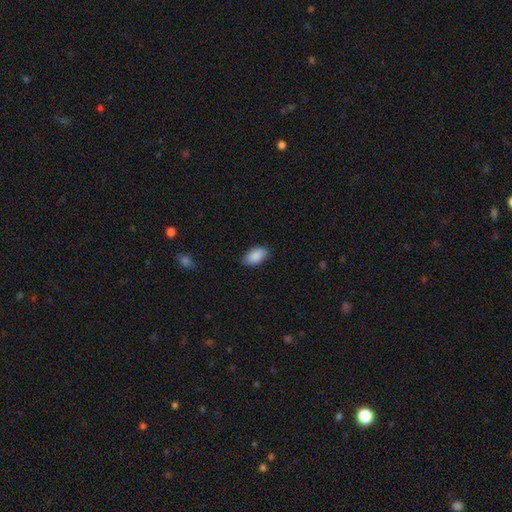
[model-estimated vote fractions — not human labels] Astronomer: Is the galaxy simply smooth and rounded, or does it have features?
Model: smooth — 89%.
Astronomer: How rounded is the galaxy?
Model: in between — 94%.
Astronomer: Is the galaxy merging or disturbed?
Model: none — 85%.